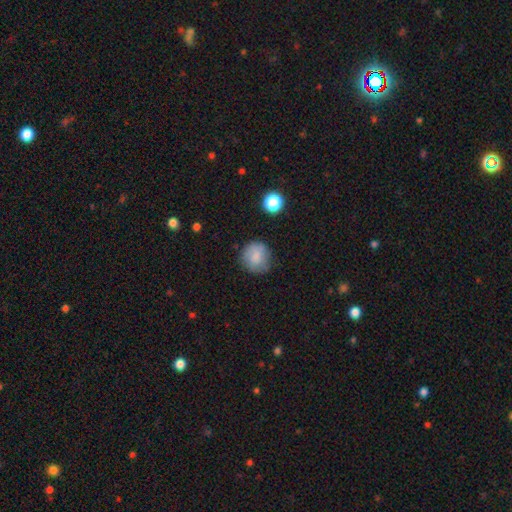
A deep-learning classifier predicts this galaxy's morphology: A smooth galaxy with no disk features (72%) that is round (88%).

Vote fractions:
- Smooth or featured? smooth: 72% / featured or disk: 19% / star or artifact: 9%
- How rounded? round: 88% / in between: 11% / cigar-shaped: 1%
- Merging? none: 71% / minor disturbance: 21% / major disturbance: 6% / merger: 2%